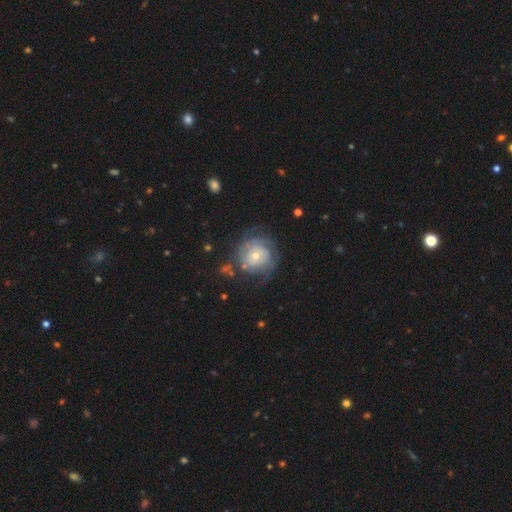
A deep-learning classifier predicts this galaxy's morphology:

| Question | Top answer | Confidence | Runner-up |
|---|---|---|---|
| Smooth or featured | featured or disk | 66% | smooth (28%) |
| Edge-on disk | no | 97% | yes (3%) |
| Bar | no | 81% | weak (16%) |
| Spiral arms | yes | 77% | no (23%) |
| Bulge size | small | 51% | moderate (43%) |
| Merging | none | 64% | minor disturbance (19%) |